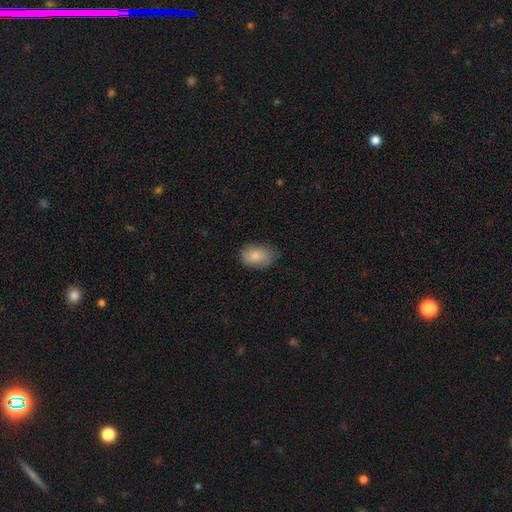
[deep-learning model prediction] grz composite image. It shows a smooth galaxy with no disk features (82%) that is in between round and cigar-shaped (80%). Merging: none (73%).